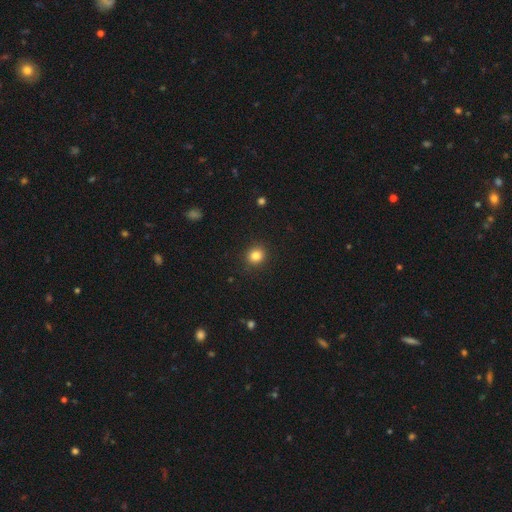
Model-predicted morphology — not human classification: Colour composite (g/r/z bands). It shows a smooth galaxy with no disk features (84%) that is round (83%). Merging: none (91%).